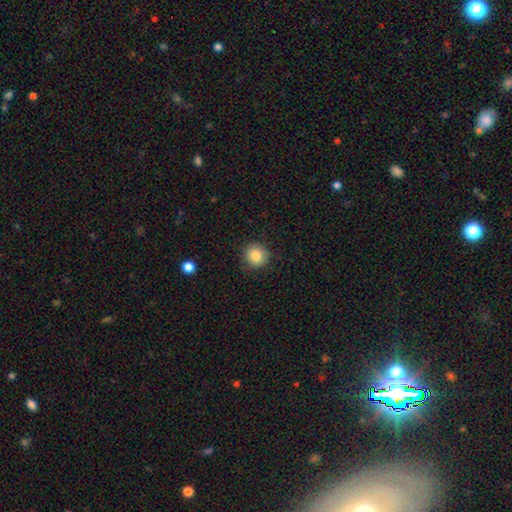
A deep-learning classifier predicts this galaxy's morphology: The model was most divided on "smooth or featured": smooth: 84%, star or artifact: 9%, featured or disk: 7%. More confident: how rounded — round (90%); merging — none (87%).